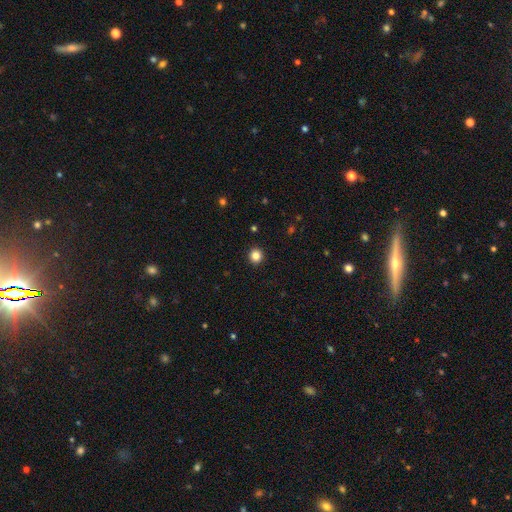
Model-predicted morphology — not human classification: This is clearly a smooth galaxy (84%). How rounded: clearly round (92%). Merging: clearly none (93%).